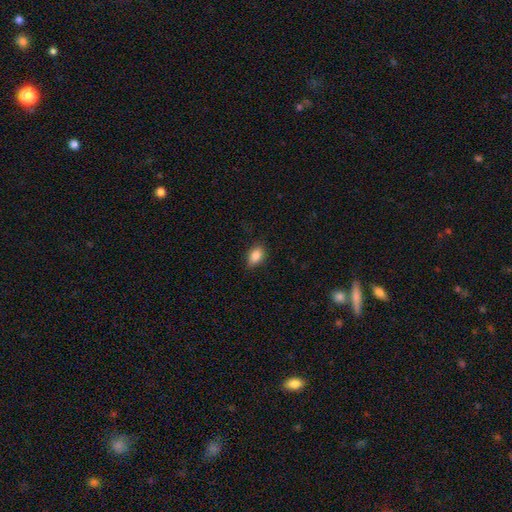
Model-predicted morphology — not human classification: Smooth or featured? Predicted: smooth (p=0.86). How rounded? Predicted: in between (p=0.86). Merging? Predicted: none (p=0.82).